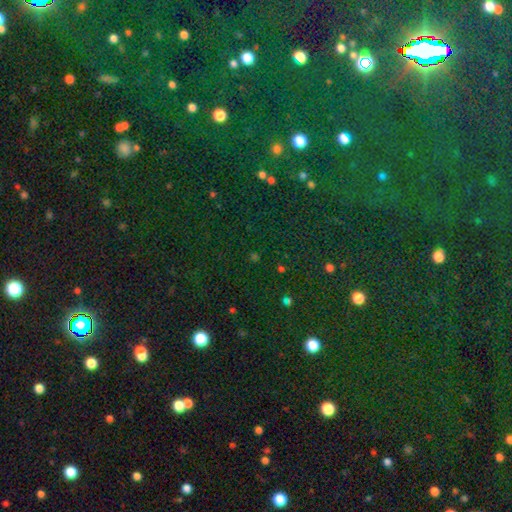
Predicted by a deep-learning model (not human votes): The model was most divided on "smooth or featured": star or artifact: 77%, smooth: 15%, featured or disk: 8%.